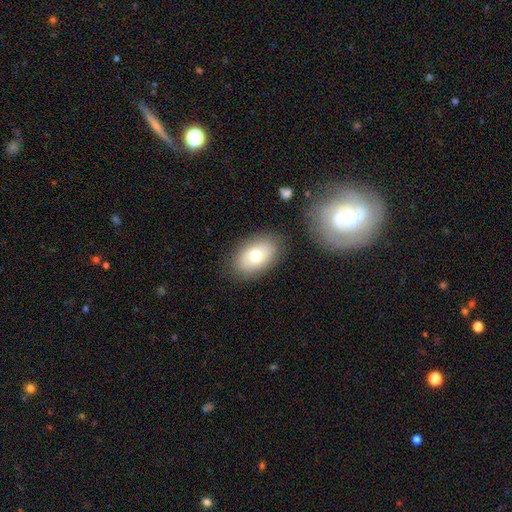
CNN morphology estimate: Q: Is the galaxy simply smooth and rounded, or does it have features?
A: smooth — 70%.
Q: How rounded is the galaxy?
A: in between — 87%.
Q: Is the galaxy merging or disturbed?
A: none — 82%.